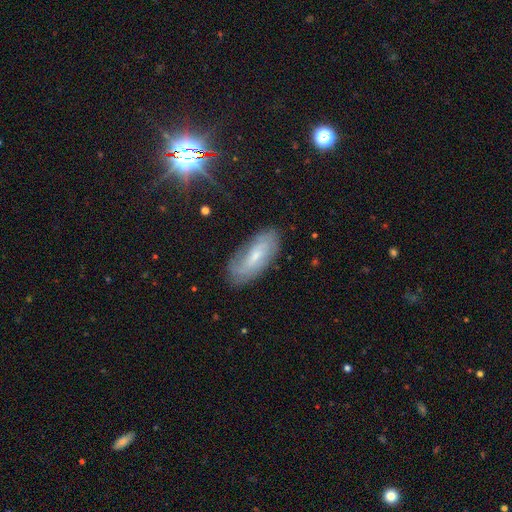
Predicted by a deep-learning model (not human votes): A featured or disk galaxy (54%). Merging: none (74%).